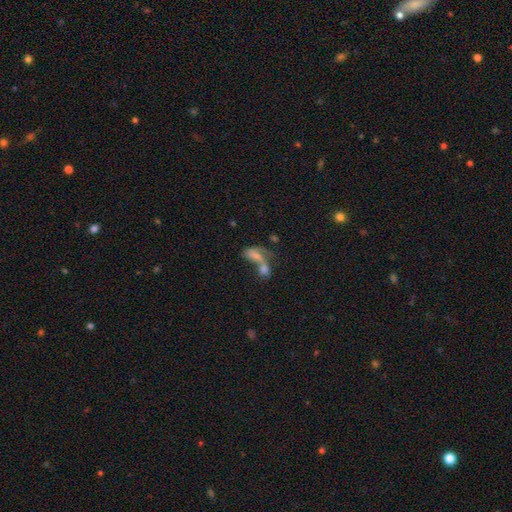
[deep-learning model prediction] This is possibly a smooth galaxy (49%). Merging: likely merger (62%).